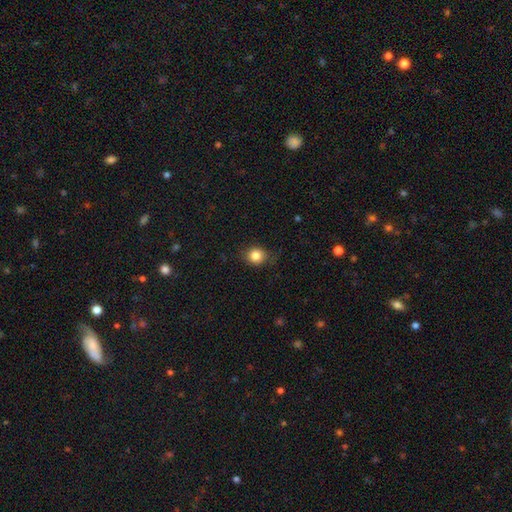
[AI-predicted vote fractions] A smooth galaxy with no disk features (83%) that is round (76%). Merging: none (79%).